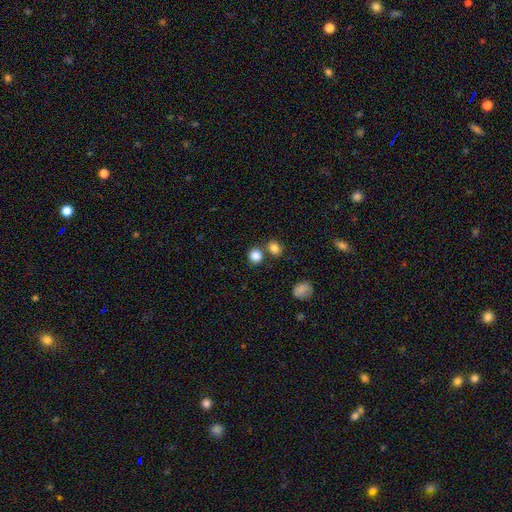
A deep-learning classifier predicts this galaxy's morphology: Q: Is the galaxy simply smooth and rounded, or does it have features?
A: smooth — 84%.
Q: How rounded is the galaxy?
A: round — 80%.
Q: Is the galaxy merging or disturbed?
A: none — 68%.